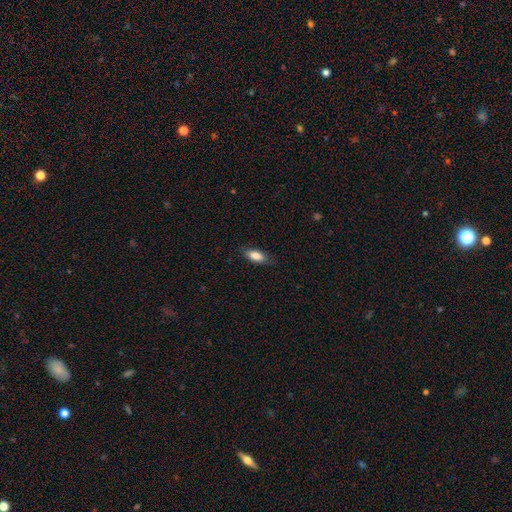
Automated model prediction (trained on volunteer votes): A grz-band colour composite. It shows a smooth galaxy with no disk features (84%) that is in between round and cigar-shaped (81%). Merging: none (78%).